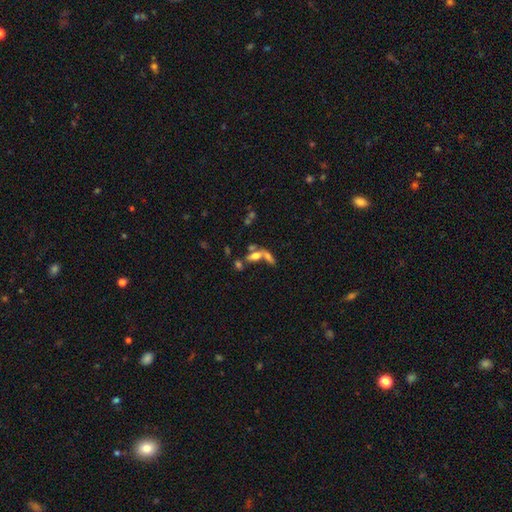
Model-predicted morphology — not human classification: smooth-or-featured: smooth: 52% | featured or disk: 33% | star or artifact: 15%
  how-rounded: in between: 64% | cigar-shaped: 28% | round: 8%
  merging: merger: 52% | none: 29% | major disturbance: 10% | minor disturbance: 9%